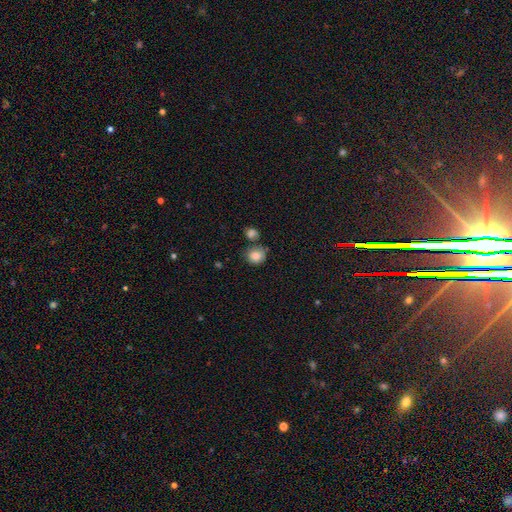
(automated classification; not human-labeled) Overall: smooth (85%). How rounded: round (81%). Merging: none (61%).